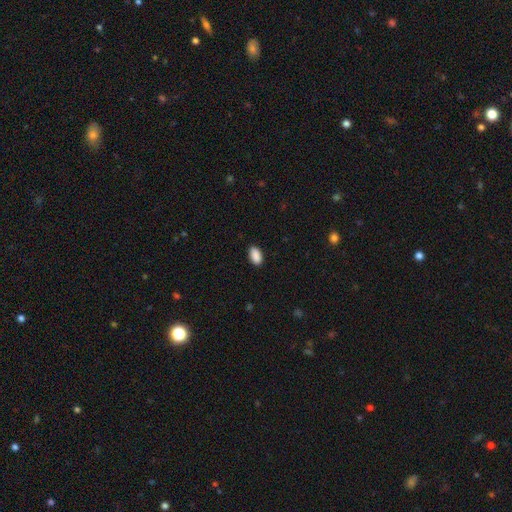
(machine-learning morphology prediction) type=smooth (90%); roundness=in between (94%); merging=none (89%).